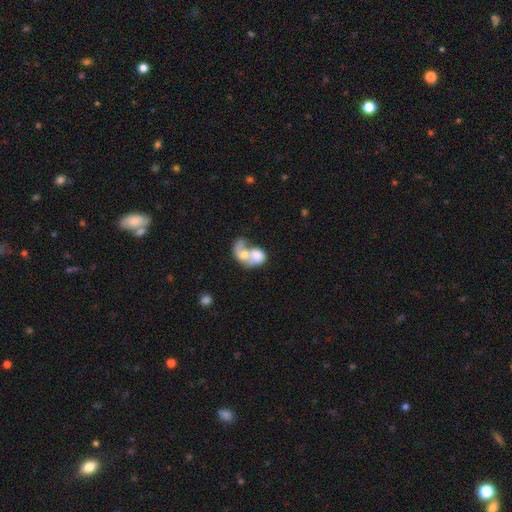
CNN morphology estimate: Overall: smooth (56%; featured or disk 36%). How rounded: in between (61%; round 38%). Merging: merger (79%).